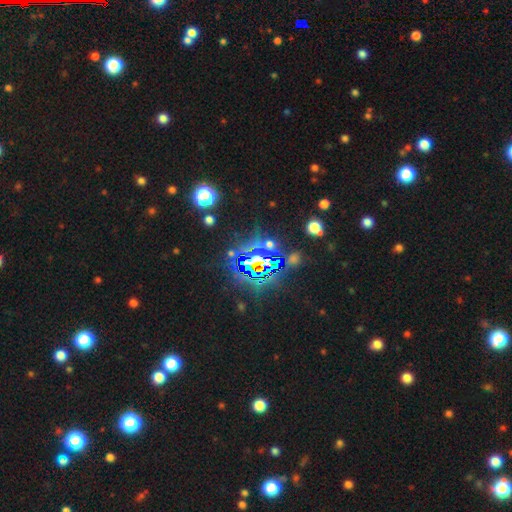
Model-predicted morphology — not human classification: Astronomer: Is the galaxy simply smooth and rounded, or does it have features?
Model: star or artifact — 78%.